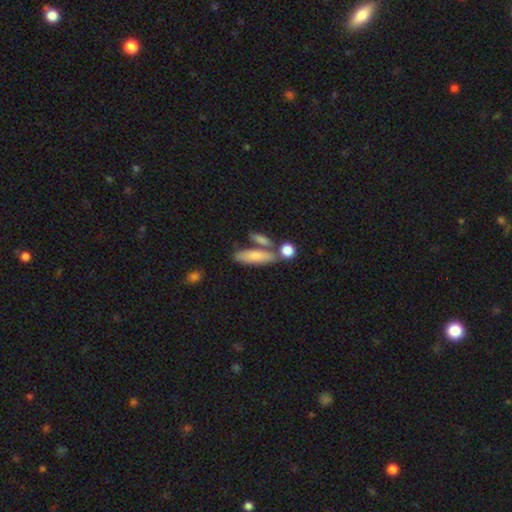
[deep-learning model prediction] This is likely a smooth galaxy (76%). How rounded: possibly cigar-shaped (54%). Merging: possibly none (58%).